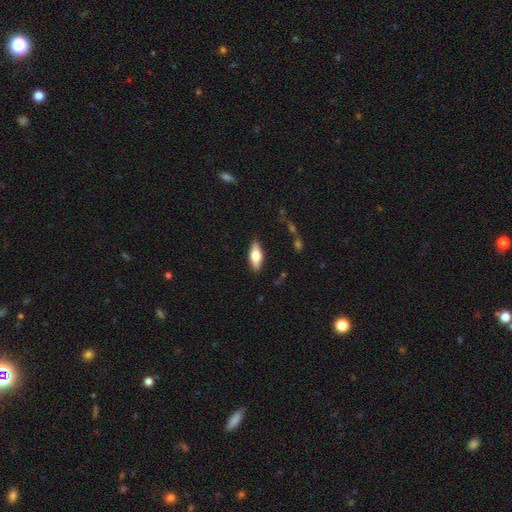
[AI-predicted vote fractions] smooth_or_featured: smooth (p=0.59) [alt: featured or disk p=0.35]
how_rounded: in between (p=0.67) [alt: cigar-shaped p=0.30]
merging: none (p=0.86) [alt: minor disturbance p=0.10]